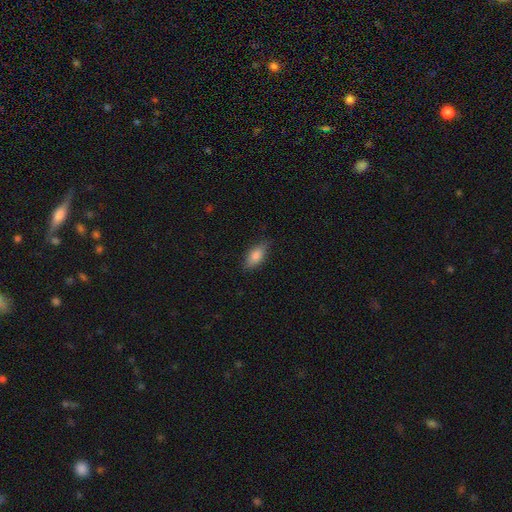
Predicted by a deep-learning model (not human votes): Morphology: type=smooth (82%); roundness=in between (85%); merging=none (81%).